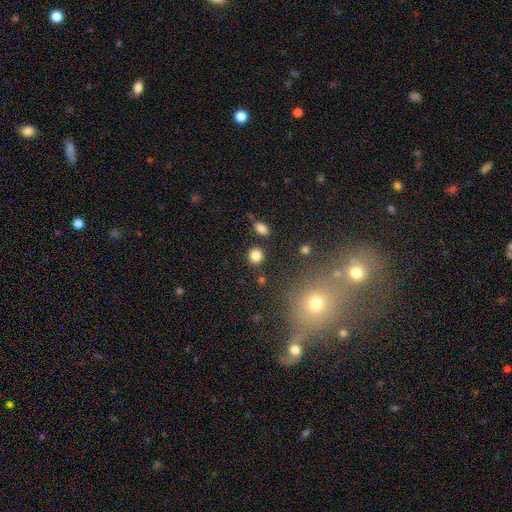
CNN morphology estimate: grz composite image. It shows a smooth galaxy with no disk features (83%) that is round (78%). Merging: none (84%).